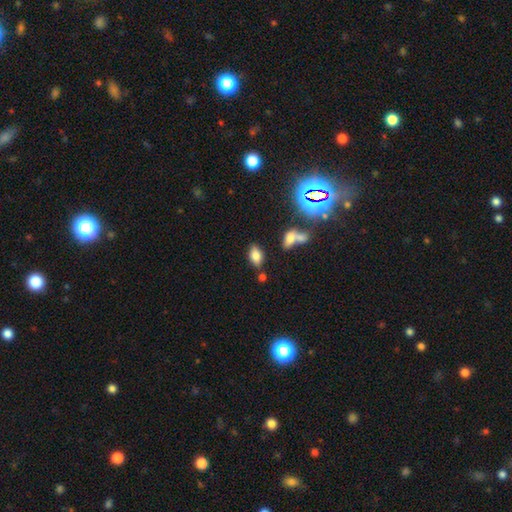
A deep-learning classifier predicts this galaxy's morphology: Q: Smooth or featured?
A: smooth (79%); runner-up: star or artifact (11%)
Q: How rounded?
A: in between (89%); runner-up: round (8%)
Q: Merging?
A: none (73%); runner-up: minor disturbance (13%)